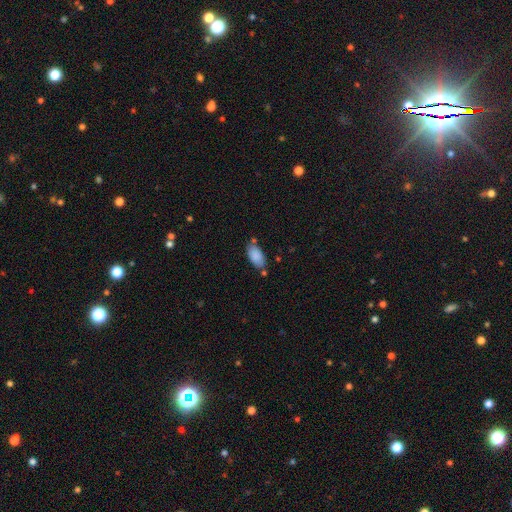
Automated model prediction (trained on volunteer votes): Smooth or featured? smooth (87%)
How rounded? in between (94%)
Merging? none (65%)